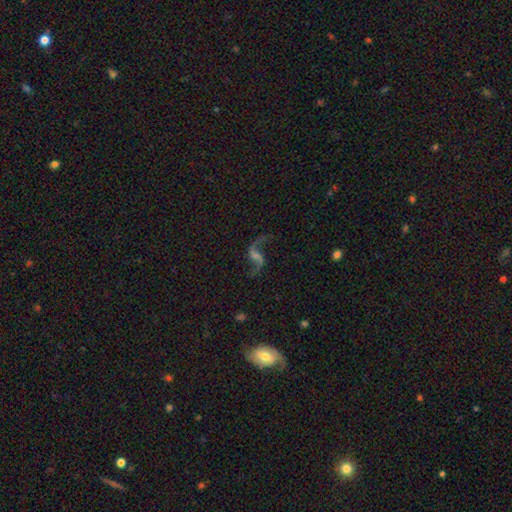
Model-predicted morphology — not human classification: Smooth or featured?
  - featured or disk: 85% *
  - star or artifact: 9%
  - smooth: 6%
Edge-on disk?
  - no: 96% *
  - yes: 4%
Bar?
  - weak: 46% *
  - no: 30%
  - strong: 24%
Spiral arms?
  - yes: 95% *
  - no: 5%
Spiral winding?
  - loose: 90% *
  - medium: 8%
  - tight: 2%
Spiral arm count?
  - 2: 92% *
  - 1: 3%
  - can't tell: 1%
  - 3: 1%
  - 4: 1%
  - more than 4: 1%
Bulge size?
  - none: 39% *
  - small: 37%
  - moderate: 18%
  - large: 4%
  - dominant: 2%
Merging?
  - none: 75% *
  - minor disturbance: 12%
  - major disturbance: 11%
  - merger: 3%